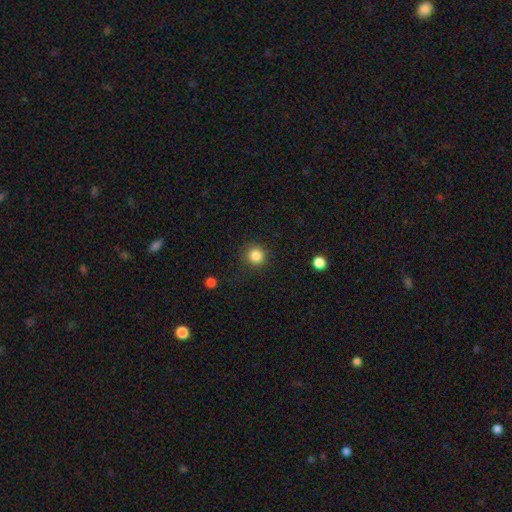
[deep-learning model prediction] Smooth or featured? smooth (85%)
How rounded? round (94%)
Merging? none (89%)